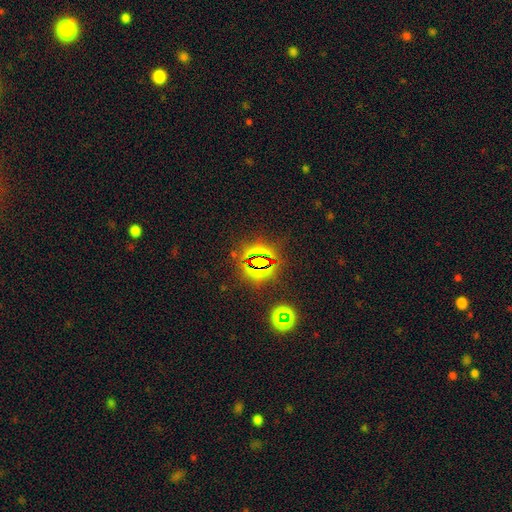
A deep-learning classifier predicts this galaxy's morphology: Smooth or featured? Predicted: star or artifact (p=0.78).